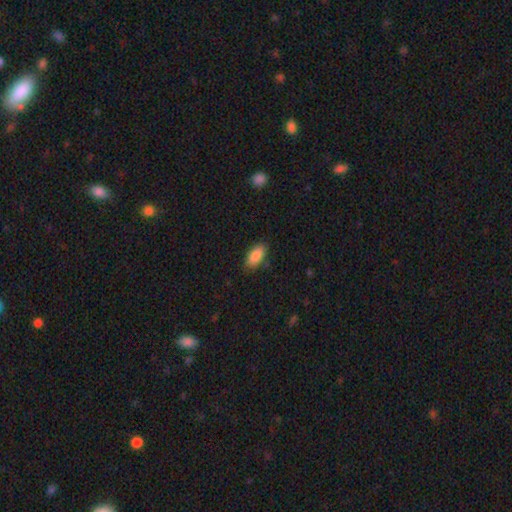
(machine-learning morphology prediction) Q: Smooth or featured?
A: smooth (87%); runner-up: star or artifact (7%)
Q: How rounded?
A: in between (91%); runner-up: cigar-shaped (7%)
Q: Merging?
A: none (83%); runner-up: minor disturbance (13%)